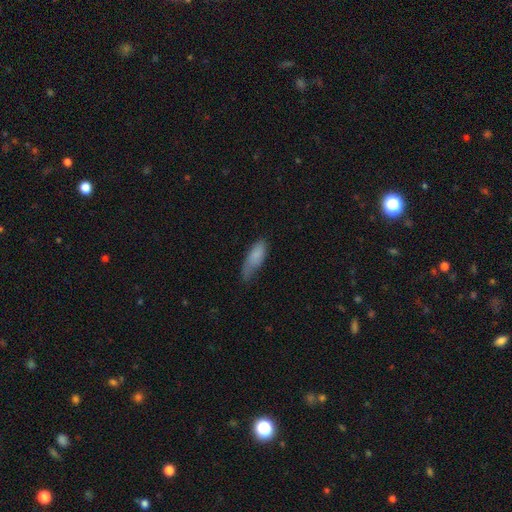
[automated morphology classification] Smooth or featured?
  - smooth: 81% *
  - featured or disk: 12%
  - star or artifact: 7%
How rounded?
  - in between: 65% *
  - cigar-shaped: 32%
  - round: 2%
Merging?
  - none: 42% *
  - minor disturbance: 41%
  - major disturbance: 14%
  - merger: 3%